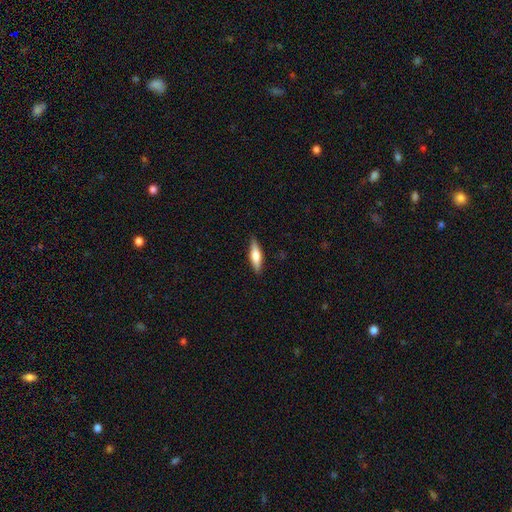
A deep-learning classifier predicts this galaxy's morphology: Q: Smooth or featured?
A: smooth (55%); runner-up: featured or disk (39%)
Q: How rounded?
A: cigar-shaped (61%); runner-up: in between (36%)
Q: Merging?
A: none (87%); runner-up: minor disturbance (10%)